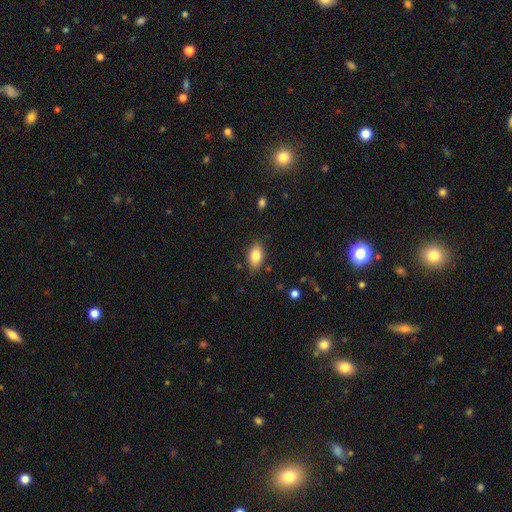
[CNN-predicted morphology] smooth_or_featured: smooth (p=0.83) [alt: featured or disk p=0.09]
how_rounded: in between (p=0.89) [alt: round p=0.07]
merging: none (p=0.83) [alt: minor disturbance p=0.12]